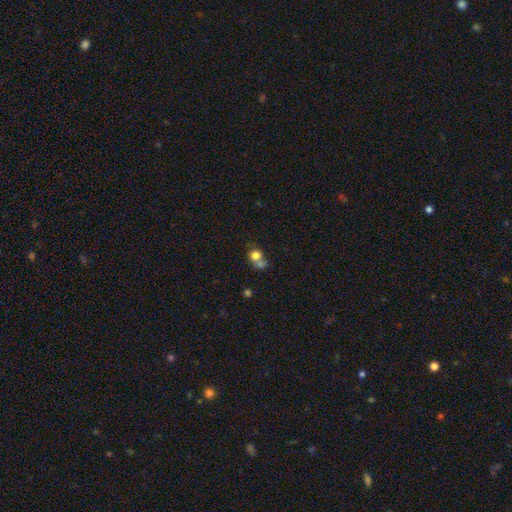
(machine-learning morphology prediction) smooth_or_featured: smooth (p=0.76) [alt: featured or disk p=0.12]
how_rounded: round (p=0.78) [alt: in between p=0.21]
merging: merger (p=0.49) [alt: none p=0.35]